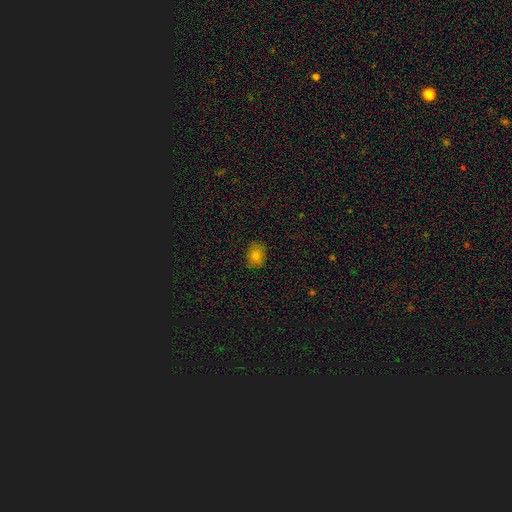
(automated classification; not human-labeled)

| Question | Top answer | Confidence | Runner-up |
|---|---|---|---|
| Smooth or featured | smooth | 77% | star or artifact (13%) |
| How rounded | in between | 50% | round (49%) |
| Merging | none | 84% | minor disturbance (13%) |